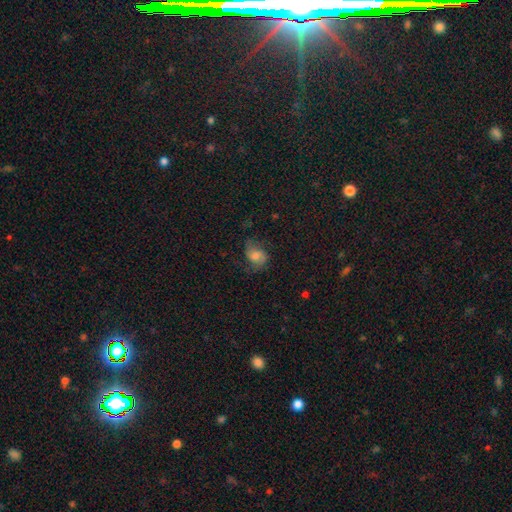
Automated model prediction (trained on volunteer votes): A featured or disk galaxy (49%).

Vote fractions:
- Smooth or featured? featured or disk: 49% / smooth: 39% / star or artifact: 12%
- Merging? none: 59% / minor disturbance: 22% / major disturbance: 17% / merger: 1%